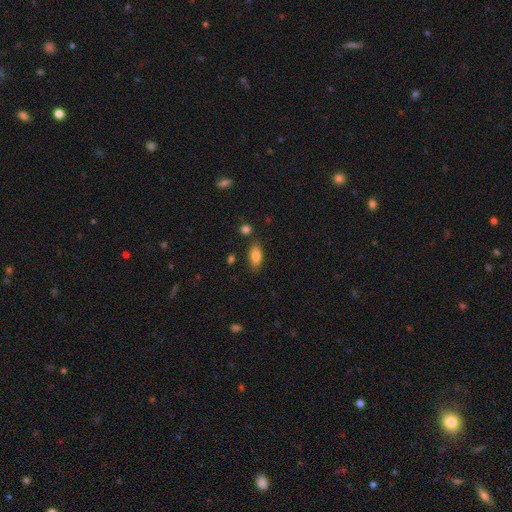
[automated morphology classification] A smooth galaxy with no disk features (84%) that is in between round and cigar-shaped (86%).

Vote fractions:
- Smooth or featured? smooth: 84% / featured or disk: 9% / star or artifact: 8%
- How rounded? in between: 86% / cigar-shaped: 10% / round: 3%
- Merging? none: 80% / minor disturbance: 13% / merger: 4% / major disturbance: 3%